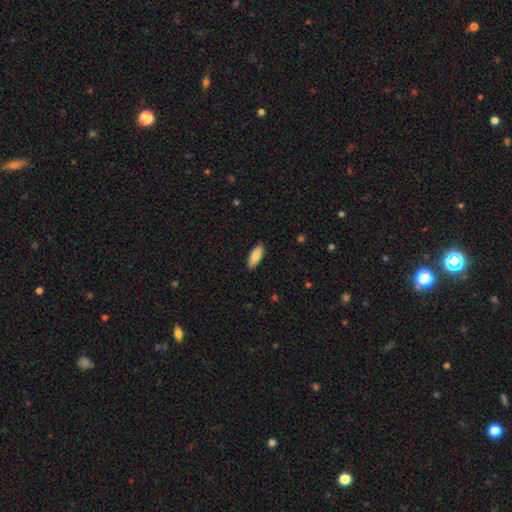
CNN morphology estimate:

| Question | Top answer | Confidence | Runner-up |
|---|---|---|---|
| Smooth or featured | smooth | 89% | star or artifact (6%) |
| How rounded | in between | 83% | cigar-shaped (15%) |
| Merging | none | 88% | minor disturbance (10%) |